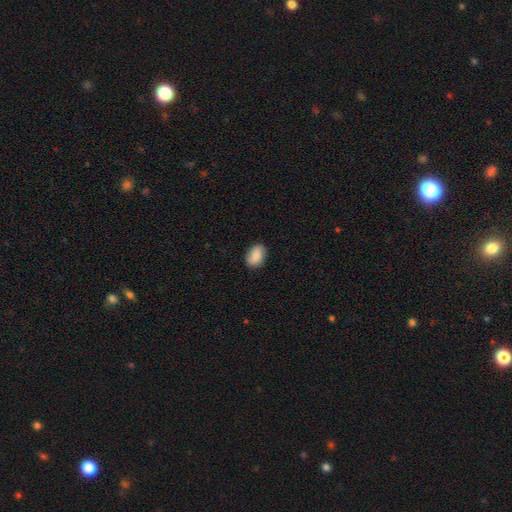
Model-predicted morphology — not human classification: A smooth galaxy with no disk features (89%) that is in between round and cigar-shaped (87%).

Vote fractions:
- Smooth or featured? smooth: 89% / star or artifact: 7% / featured or disk: 5%
- How rounded? in between: 87% / round: 11% / cigar-shaped: 2%
- Merging? none: 86% / minor disturbance: 11% / major disturbance: 2% / merger: 1%